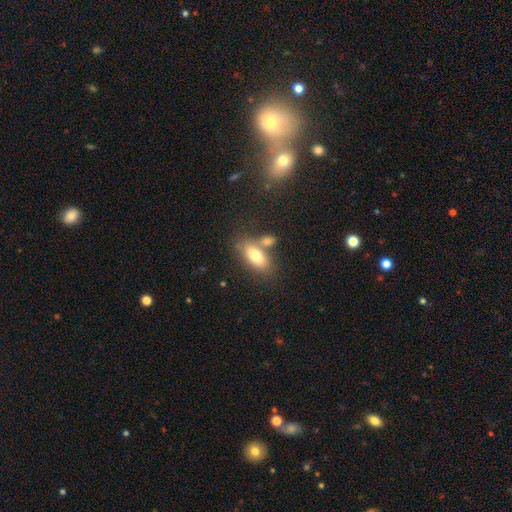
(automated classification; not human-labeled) A smooth galaxy with no disk features (76%) that is in between round and cigar-shaped (85%).

Vote fractions:
- Smooth or featured? smooth: 76% / featured or disk: 17% / star or artifact: 8%
- How rounded? in between: 85% / cigar-shaped: 10% / round: 5%
- Merging? none: 56% / merger: 27% / minor disturbance: 13% / major disturbance: 5%